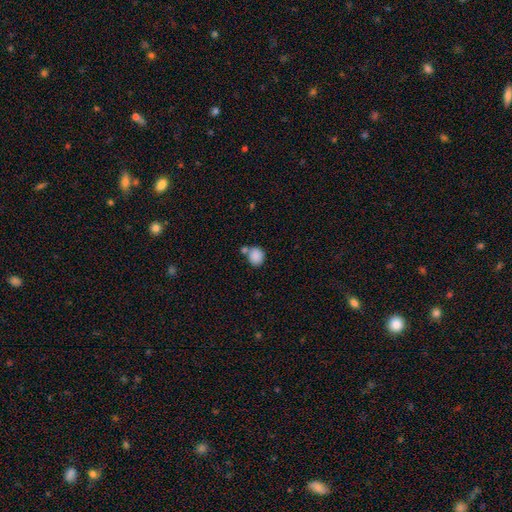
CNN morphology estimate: The model was most divided on "merging": none: 57%, merger: 26%, minor disturbance: 12%, major disturbance: 4%. More confident: smooth or featured — smooth (87%); how rounded — round (77%).